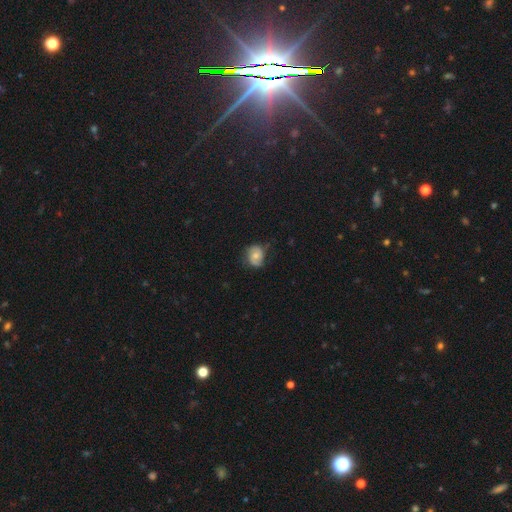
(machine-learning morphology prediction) Overall: featured or disk (47%; smooth 44%). Merging: none (61%; minor disturbance 28%).